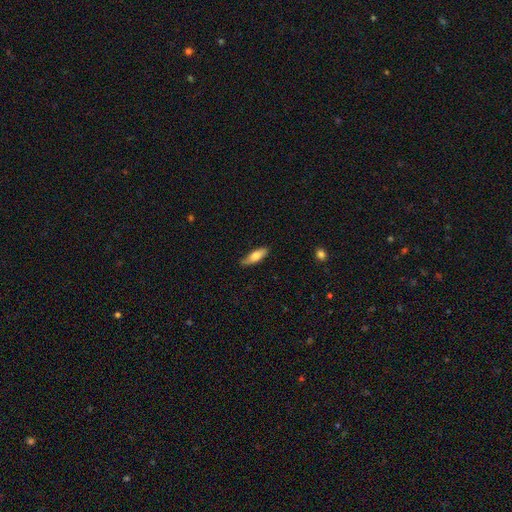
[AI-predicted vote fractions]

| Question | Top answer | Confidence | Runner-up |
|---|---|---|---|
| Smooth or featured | smooth | 74% | featured or disk (20%) |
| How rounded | in between | 57% | cigar-shaped (41%) |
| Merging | none | 78% | minor disturbance (18%) |